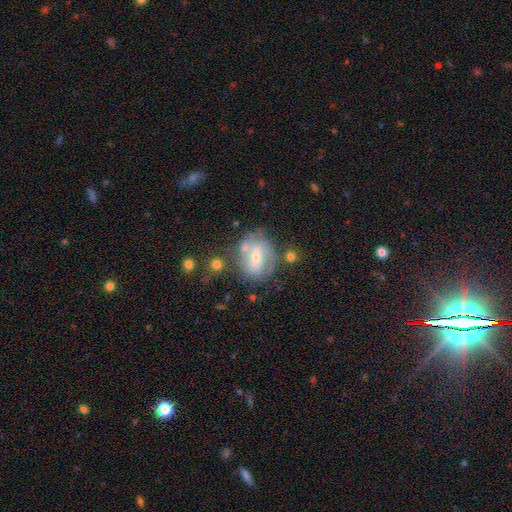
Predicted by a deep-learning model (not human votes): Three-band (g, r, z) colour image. It shows a featured or disk galaxy (68%) with a weak bar (41%), spiral arms (74%) and a small central bulge (54%). Merging: none (56%).